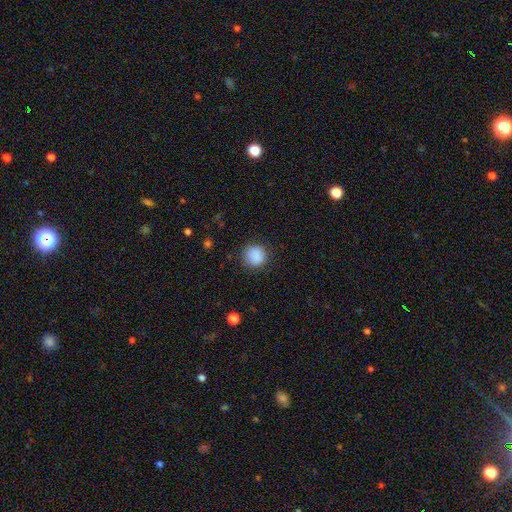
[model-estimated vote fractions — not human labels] A smooth galaxy with no disk features (88%) that is round (91%). Merging: none (87%).